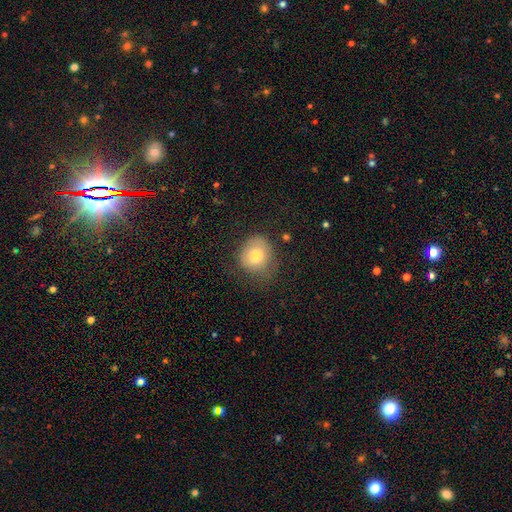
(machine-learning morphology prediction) Overall: smooth (77%). How rounded: round (74%). Merging: none (60%; minor disturbance 28%).